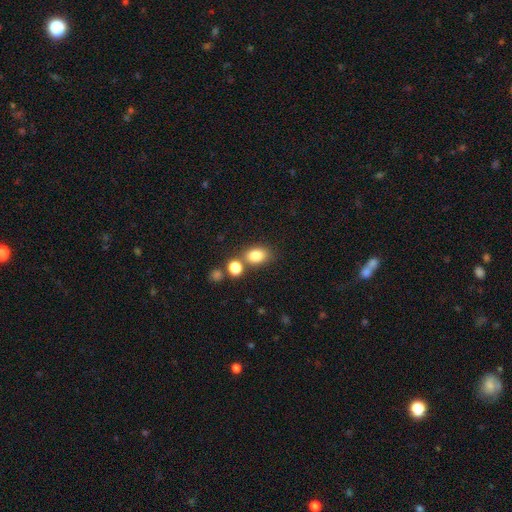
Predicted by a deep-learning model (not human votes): smooth-or-featured: smooth: 83% | star or artifact: 10% | featured or disk: 7%
  how-rounded: in between: 69% | round: 29% | cigar-shaped: 1%
  merging: none: 67% | merger: 18% | minor disturbance: 12% | major disturbance: 4%